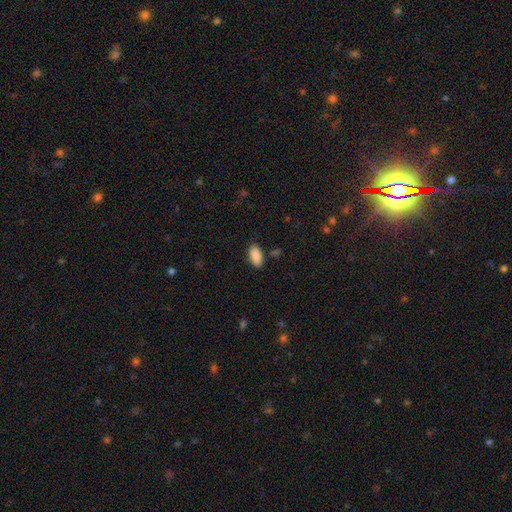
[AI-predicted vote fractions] A smooth galaxy with no disk features (90%) that is in between round and cigar-shaped (93%).

Vote fractions:
- Smooth or featured? smooth: 90% / star or artifact: 7% / featured or disk: 3%
- How rounded? in between: 93% / cigar-shaped: 4% / round: 3%
- Merging? none: 85% / minor disturbance: 10% / major disturbance: 3% / merger: 2%